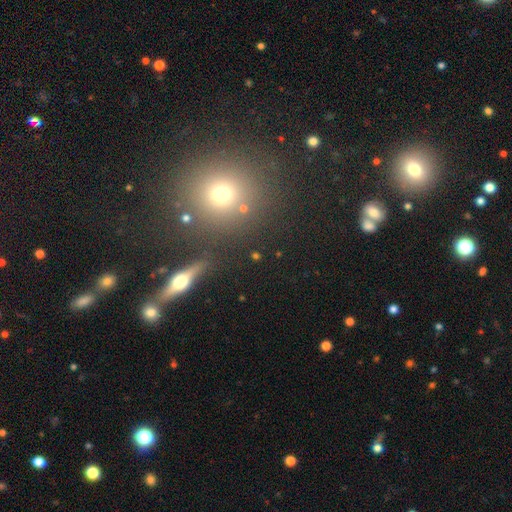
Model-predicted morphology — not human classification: Overall: smooth (40%; featured or disk 31%). Merging: none (82%).